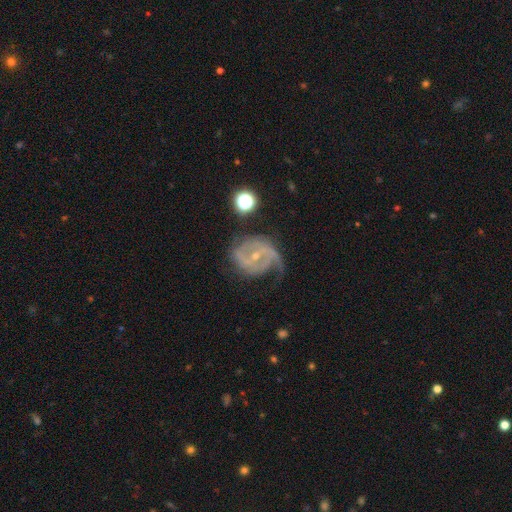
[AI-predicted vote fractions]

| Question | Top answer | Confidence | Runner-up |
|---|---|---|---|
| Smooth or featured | featured or disk | 86% | smooth (7%) |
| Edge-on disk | no | 97% | yes (3%) |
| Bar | weak | 43% | no (35%) |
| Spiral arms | yes | 95% | no (5%) |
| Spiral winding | medium | 44% | tight (37%) |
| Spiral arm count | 2 | 53% | 3 (16%) |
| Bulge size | small | 66% | moderate (30%) |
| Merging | none | 53% | minor disturbance (26%) |